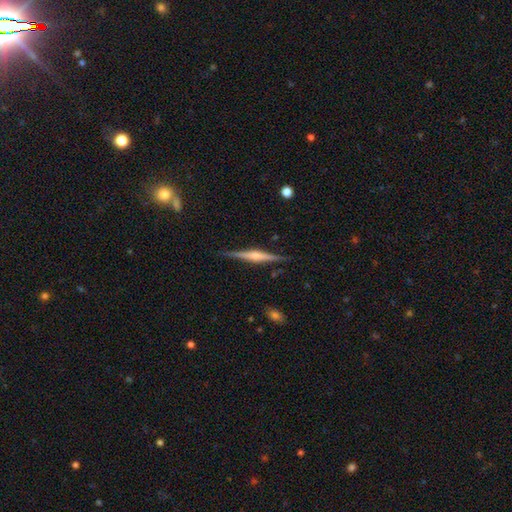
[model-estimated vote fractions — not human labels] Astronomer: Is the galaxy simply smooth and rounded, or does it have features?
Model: featured or disk — 80%.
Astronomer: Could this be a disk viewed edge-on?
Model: yes — 98%.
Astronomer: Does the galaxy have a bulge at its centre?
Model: rounded — 78%.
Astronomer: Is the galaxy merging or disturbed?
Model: none — 89%.